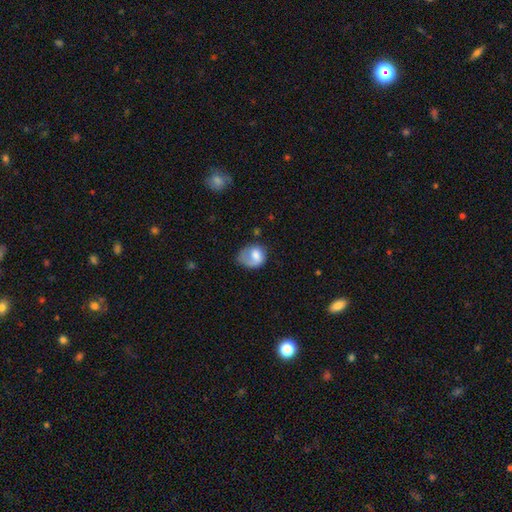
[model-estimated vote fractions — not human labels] This appears to be a smooth galaxy with no disk features (59%) that is in between round and cigar-shaped (50%). Merging: none (37%).